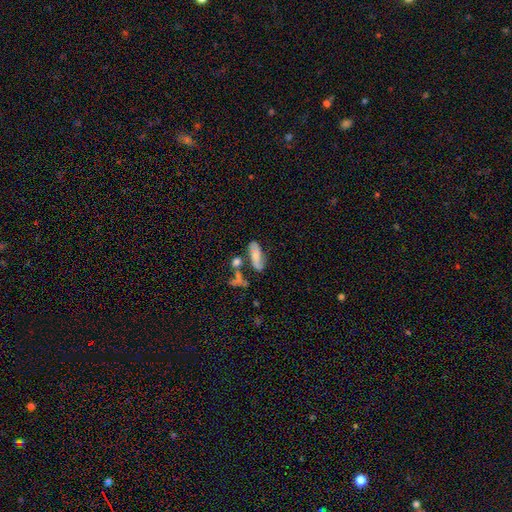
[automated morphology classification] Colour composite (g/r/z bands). It shows a featured or disk galaxy (46%). Merging: none (51%).